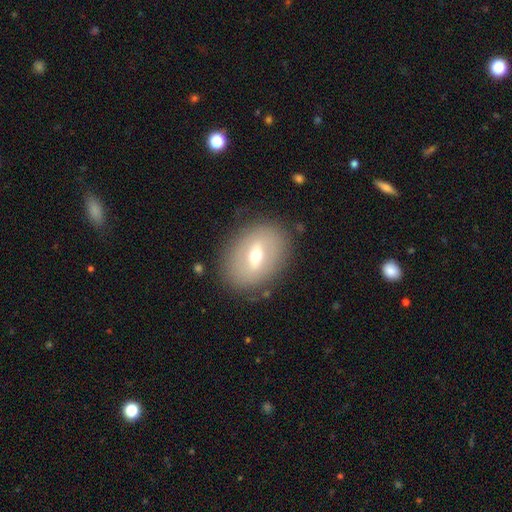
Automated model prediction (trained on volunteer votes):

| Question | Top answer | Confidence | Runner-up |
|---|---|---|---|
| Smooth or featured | featured or disk | 48% | smooth (43%) |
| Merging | none | 84% | minor disturbance (11%) |